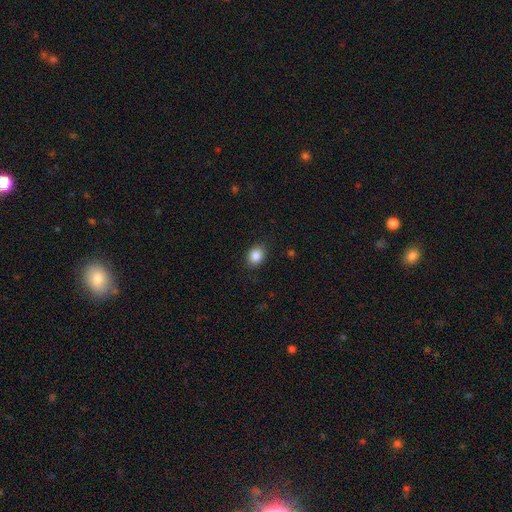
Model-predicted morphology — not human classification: smooth-or-featured: smooth: 87% | star or artifact: 9% | featured or disk: 4%
  how-rounded: in between: 52% | round: 47% | cigar-shaped: 1%
  merging: none: 86% | minor disturbance: 11% | major disturbance: 3% | merger: 1%